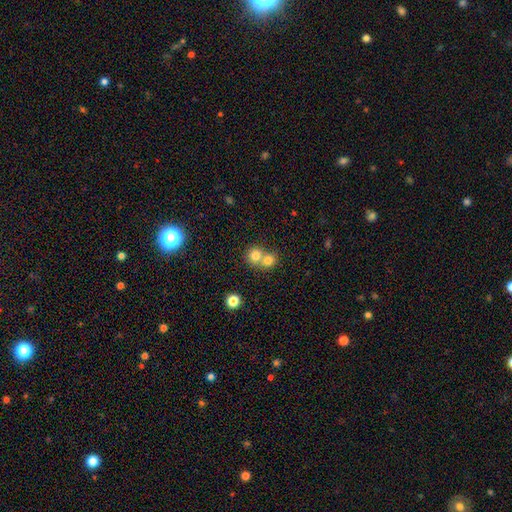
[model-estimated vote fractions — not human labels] smooth_or_featured: smooth (p=0.76) [alt: star or artifact p=0.12]
how_rounded: round (p=0.84) [alt: in between p=0.15]
merging: merger (p=0.58) [alt: none p=0.36]